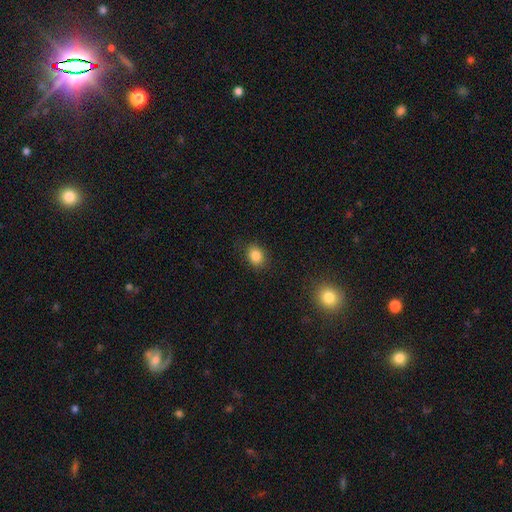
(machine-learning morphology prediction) Smooth or featured?
  - smooth: 83% *
  - star or artifact: 11%
  - featured or disk: 6%
How rounded?
  - in between: 54% *
  - round: 45%
  - cigar-shaped: 1%
Merging?
  - none: 85% *
  - minor disturbance: 11%
  - major disturbance: 3%
  - merger: 1%